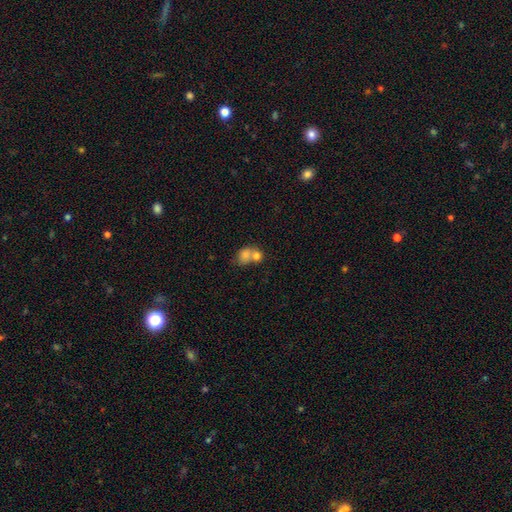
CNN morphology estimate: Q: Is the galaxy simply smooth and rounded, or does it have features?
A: smooth — 75%.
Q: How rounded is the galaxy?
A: round — 56%.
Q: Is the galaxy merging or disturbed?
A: merger — 66%.